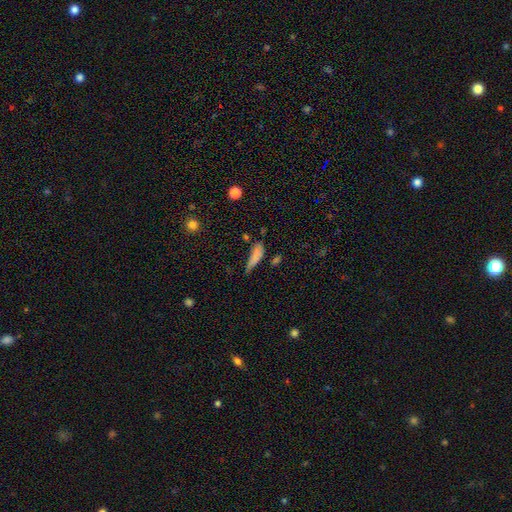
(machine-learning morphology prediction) The model was most divided on "merging": none: 40%, minor disturbance: 34%, major disturbance: 17%, merger: 10%. More confident: smooth or featured — smooth (75%); how rounded — cigar-shaped (58%).